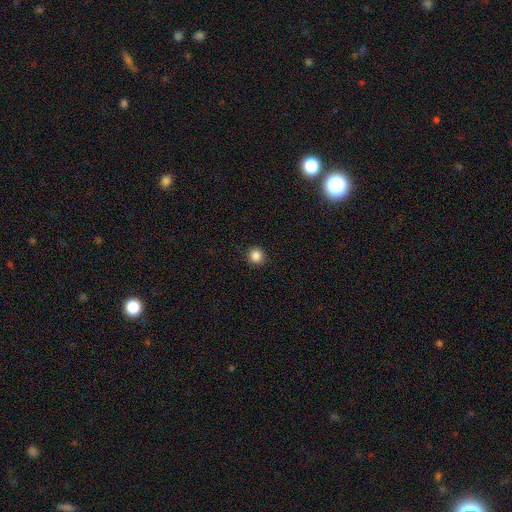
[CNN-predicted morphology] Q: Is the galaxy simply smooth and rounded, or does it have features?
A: smooth — 86%.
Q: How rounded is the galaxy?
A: round — 93%.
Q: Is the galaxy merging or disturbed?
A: none — 91%.